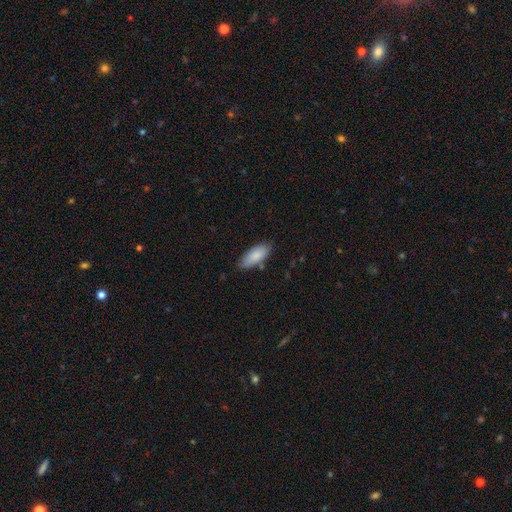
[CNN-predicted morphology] type=smooth (84%); roundness=in between (83%); merging=none (78%).